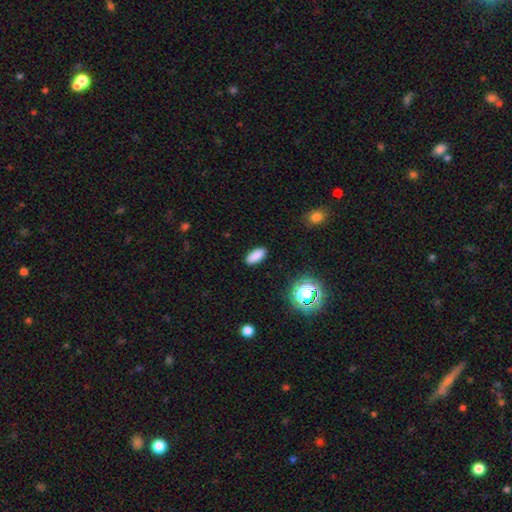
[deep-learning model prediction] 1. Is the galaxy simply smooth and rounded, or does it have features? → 84% smooth, 11% star or artifact, 4% featured or disk.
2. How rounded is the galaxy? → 84% in between, 12% cigar-shaped, 3% round.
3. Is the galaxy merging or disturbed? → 88% none, 8% minor disturbance, 2% major disturbance, 1% merger.